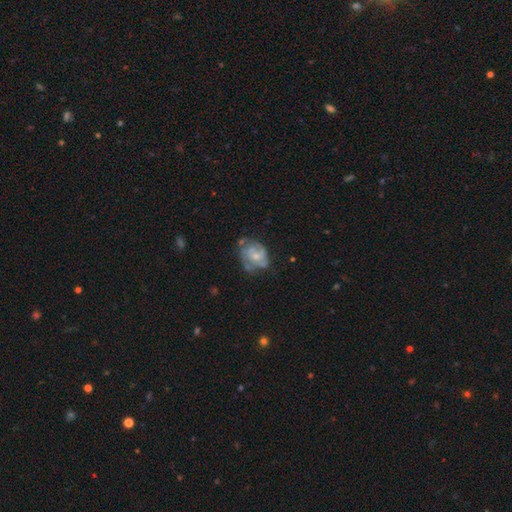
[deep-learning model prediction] Smooth or featured?
  - featured or disk: 59% *
  - smooth: 34%
  - star or artifact: 8%
Edge-on disk?
  - no: 98% *
  - yes: 2%
Bar?
  - no: 84% *
  - weak: 14%
  - strong: 2%
Spiral arms?
  - no: 65% *
  - yes: 35%
Bulge size?
  - small: 44% * (tied)
  - moderate: 44% * (tied)
  - none: 7%
  - large: 3%
  - dominant: 1%
Merging?
  - none: 43% *
  - minor disturbance: 30%
  - major disturbance: 21%
  - merger: 7%